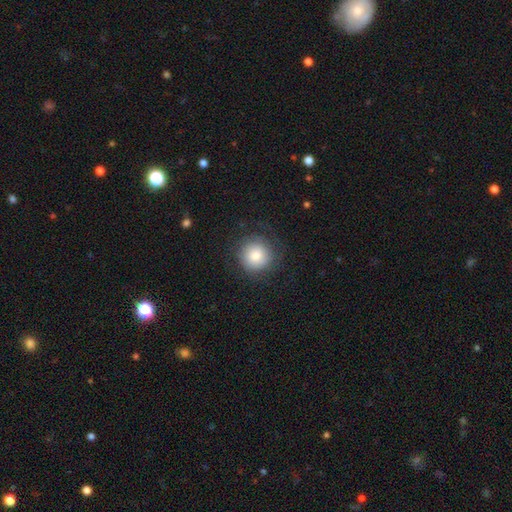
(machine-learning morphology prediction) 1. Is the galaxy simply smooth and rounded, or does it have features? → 75% smooth, 17% featured or disk, 8% star or artifact.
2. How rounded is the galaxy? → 93% round, 6% in between, 1% cigar-shaped.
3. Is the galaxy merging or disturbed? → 77% none, 13% minor disturbance, 9% major disturbance, 1% merger.